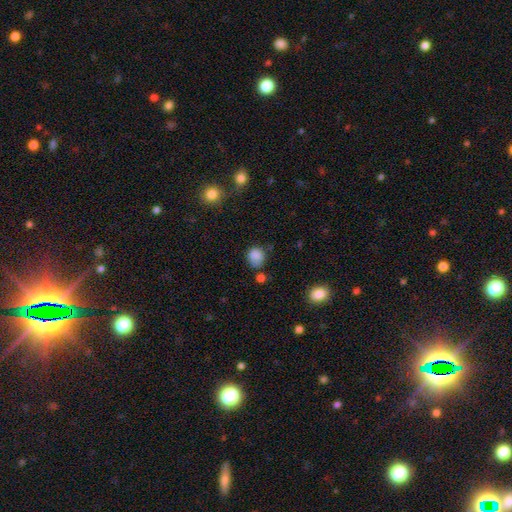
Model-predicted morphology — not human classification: type=smooth (85%); roundness=round (78%); merging=none (61%).